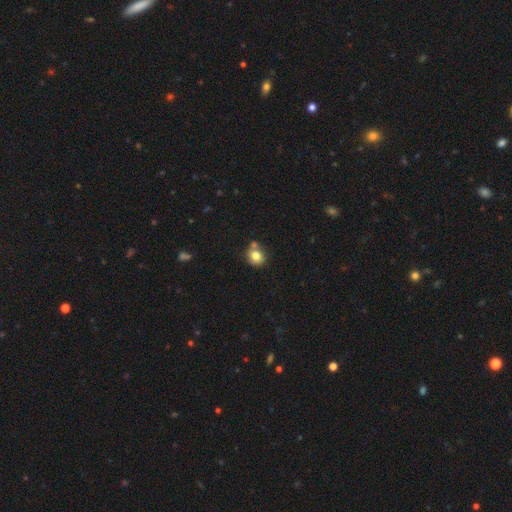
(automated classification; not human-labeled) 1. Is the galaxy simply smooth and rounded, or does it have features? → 80% smooth, 10% star or artifact, 10% featured or disk.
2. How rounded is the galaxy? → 78% round, 21% in between, 1% cigar-shaped.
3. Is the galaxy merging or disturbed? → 61% none, 22% merger, 14% minor disturbance, 3% major disturbance.